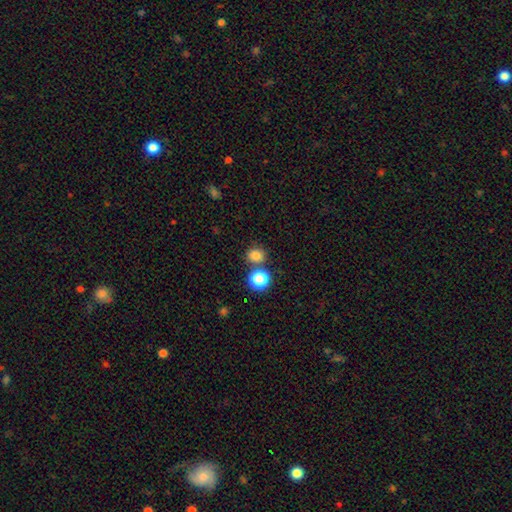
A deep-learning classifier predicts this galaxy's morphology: Smooth or featured? Predicted: smooth (p=0.78). How rounded? Predicted: round (p=0.77). Merging? Predicted: none (p=0.72).